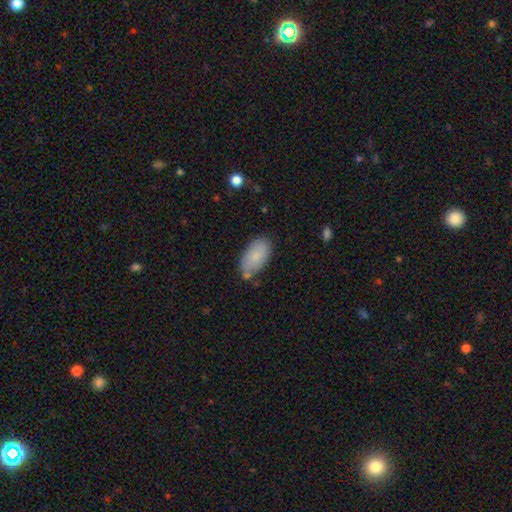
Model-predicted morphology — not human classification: Smooth or featured? smooth (82%)
How rounded? in between (94%)
Merging? none (70%)